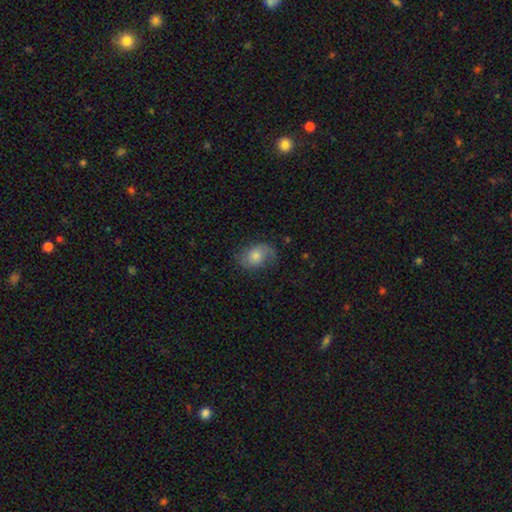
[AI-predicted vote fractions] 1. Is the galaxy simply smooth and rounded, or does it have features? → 45% smooth (tied), 45% featured or disk (tied), 10% star or artifact.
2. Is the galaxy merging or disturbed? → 66% none, 22% minor disturbance, 10% major disturbance, 1% merger.